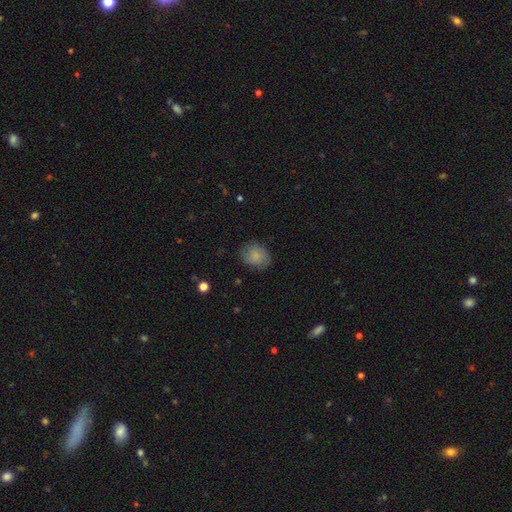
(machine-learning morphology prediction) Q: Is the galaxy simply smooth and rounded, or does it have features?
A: smooth — 79%.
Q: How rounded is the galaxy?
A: round — 55%.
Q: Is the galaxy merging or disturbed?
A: none — 77%.